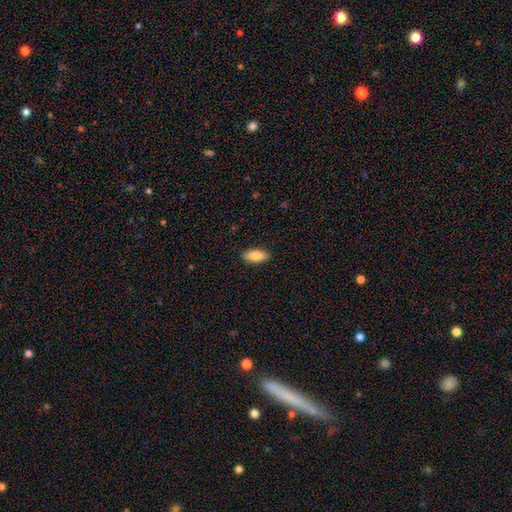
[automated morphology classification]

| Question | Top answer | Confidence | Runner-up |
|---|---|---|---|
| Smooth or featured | smooth | 85% | featured or disk (9%) |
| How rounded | in between | 83% | cigar-shaped (15%) |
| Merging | none | 89% | minor disturbance (8%) |